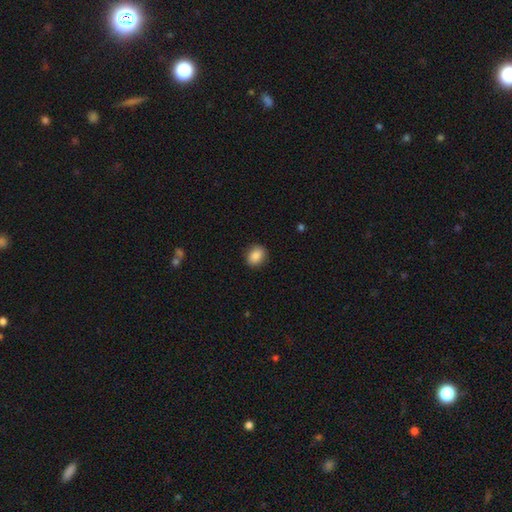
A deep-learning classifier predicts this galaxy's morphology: smooth-or-featured: smooth: 88% | star or artifact: 8% | featured or disk: 4%
  how-rounded: in between: 54% | round: 44% | cigar-shaped: 1%
  merging: none: 88% | minor disturbance: 9% | major disturbance: 2% | merger: 1%